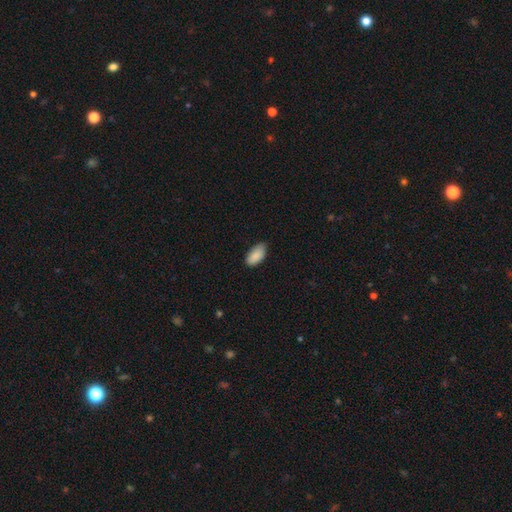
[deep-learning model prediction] A smooth galaxy with no disk features (89%) that is in between round and cigar-shaped (94%). Merging: none (75%).